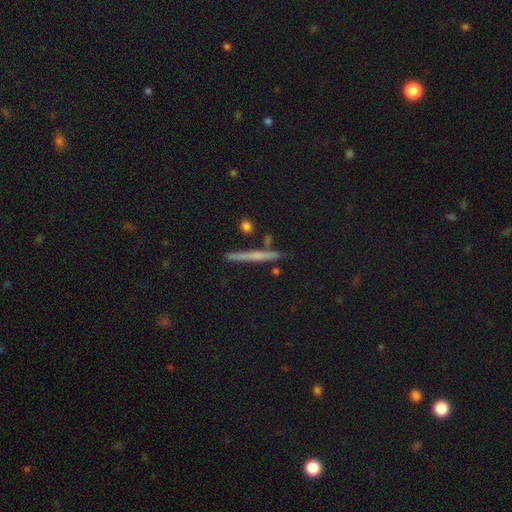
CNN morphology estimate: type=featured or disk (51%); edge-on=yes (97%); merging=none (86%).